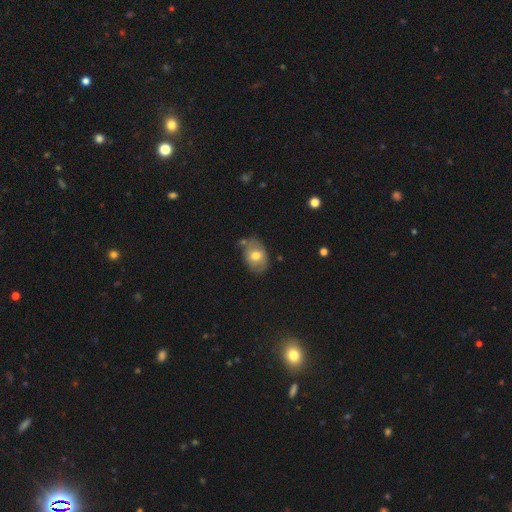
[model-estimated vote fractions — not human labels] Smooth or featured?
  - smooth: 64% *
  - featured or disk: 28%
  - star or artifact: 8%
How rounded?
  - in between: 75% *
  - round: 24%
  - cigar-shaped: 1%
Merging?
  - none: 58% *
  - minor disturbance: 27%
  - merger: 8%
  - major disturbance: 7%